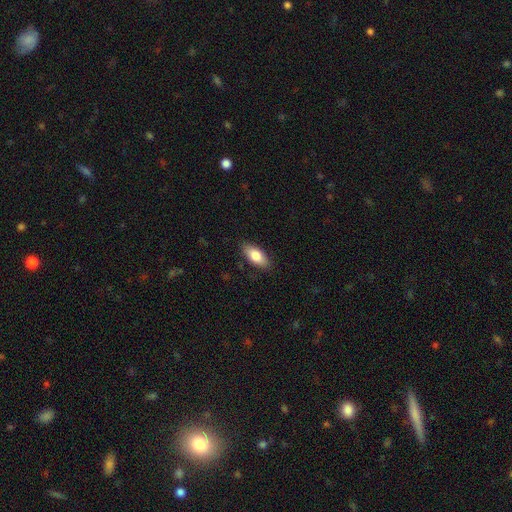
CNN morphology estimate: This appears to be a smooth galaxy with no disk features (80%) that is in between round and cigar-shaped (87%). Merging: none (86%).